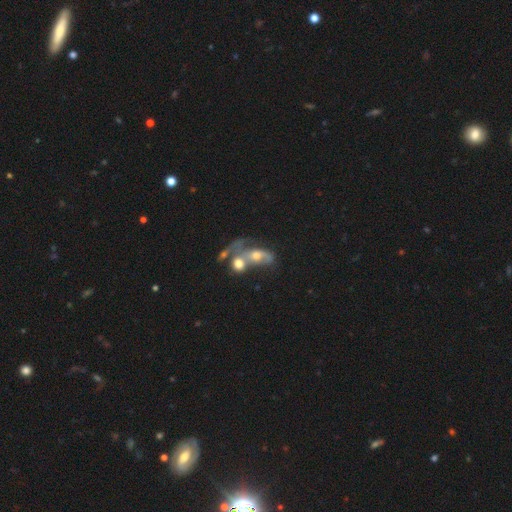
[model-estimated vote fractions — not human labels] Smooth or featured: featured or disk — 56% (smooth — 32%)
Edge-on disk: no — 92% (yes — 8%)
Bar: no — 75% (weak — 19%)
Spiral arms: yes — 54% (no — 46%)
Bulge size: moderate — 56% (small — 20%)
Merging: merger — 63% (major disturbance — 17%)